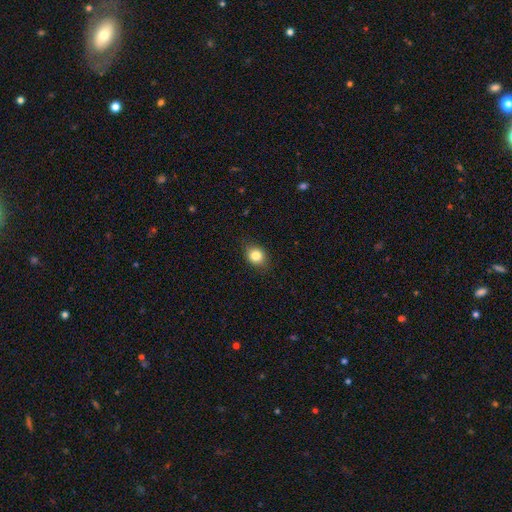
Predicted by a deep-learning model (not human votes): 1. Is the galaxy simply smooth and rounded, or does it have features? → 82% smooth, 10% star or artifact, 7% featured or disk.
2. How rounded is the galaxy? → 61% round, 38% in between, 1% cigar-shaped.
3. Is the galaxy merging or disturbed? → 84% none, 12% minor disturbance, 3% major disturbance, 1% merger.